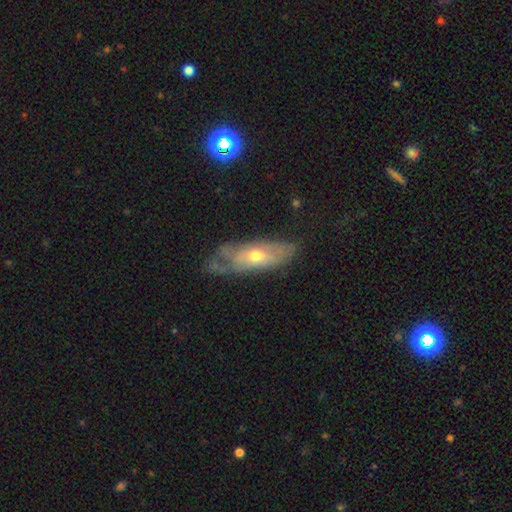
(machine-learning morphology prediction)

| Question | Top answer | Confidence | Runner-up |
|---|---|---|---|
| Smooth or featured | featured or disk | 57% | smooth (35%) |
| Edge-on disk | no | 75% | yes (25%) |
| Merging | none | 45% | minor disturbance (32%) |